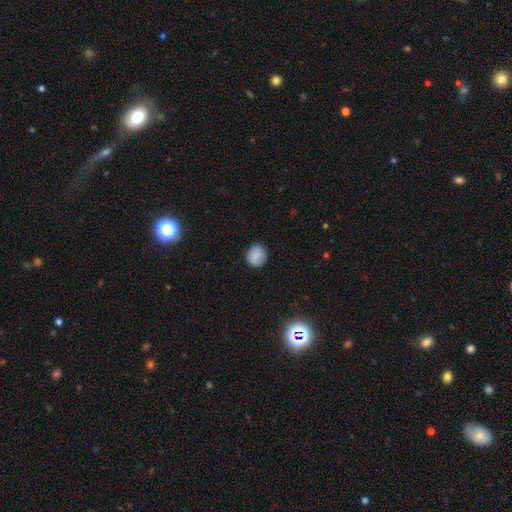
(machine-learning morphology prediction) This is likely a smooth galaxy (69%). How rounded: clearly round (81%). Merging: clearly none (85%).